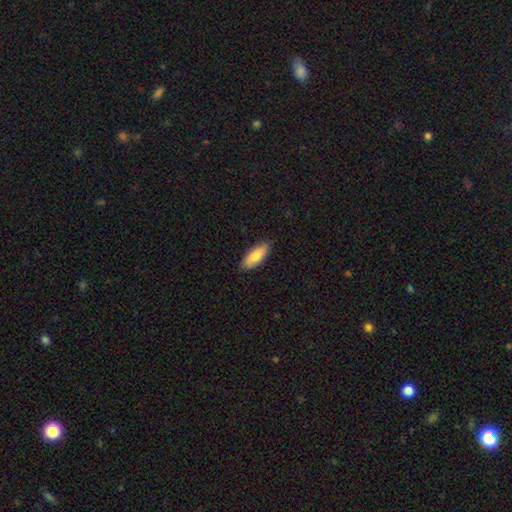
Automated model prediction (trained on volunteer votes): Smooth or featured? smooth (81%)
How rounded? in between (74%)
Merging? none (85%)